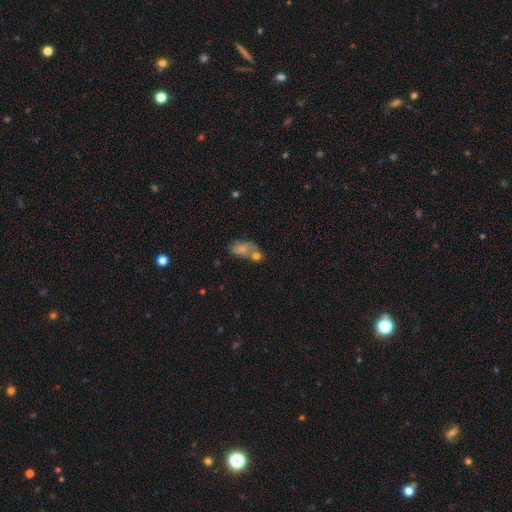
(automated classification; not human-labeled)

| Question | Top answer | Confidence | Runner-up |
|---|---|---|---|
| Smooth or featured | smooth | 48% | star or artifact (28%) |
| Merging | none | 45% | merger (32%) |